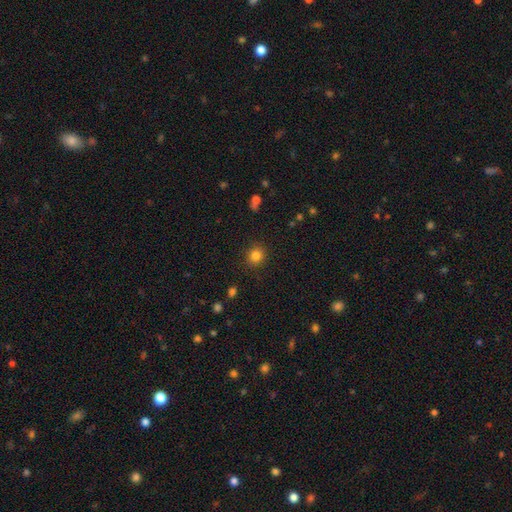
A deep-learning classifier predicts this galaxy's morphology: Smooth or featured?
  - smooth: 82% *
  - star or artifact: 12%
  - featured or disk: 5%
How rounded?
  - round: 89% *
  - in between: 10%
  - cigar-shaped: 1%
Merging?
  - none: 90% *
  - minor disturbance: 7%
  - major disturbance: 2%
  - merger: 1%